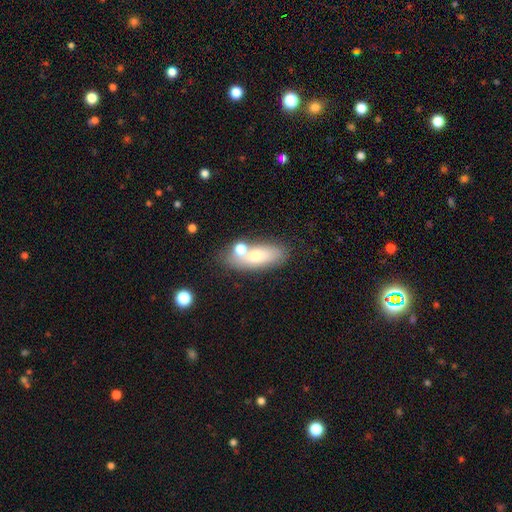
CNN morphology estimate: A smooth galaxy with no disk features (62%) that is in between round and cigar-shaped (74%).

Vote fractions:
- Smooth or featured? smooth: 62% / featured or disk: 28% / star or artifact: 10%
- How rounded? in between: 74% / cigar-shaped: 19% / round: 7%
- Merging? none: 57% / merger: 24% / minor disturbance: 14% / major disturbance: 6%